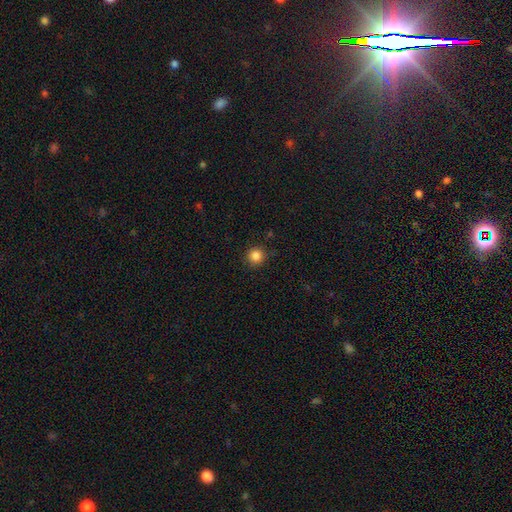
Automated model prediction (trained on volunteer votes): Smooth or featured? smooth (85%)
How rounded? round (94%)
Merging? none (88%)